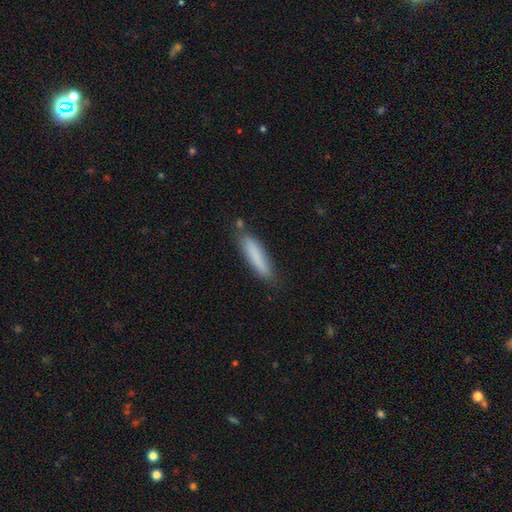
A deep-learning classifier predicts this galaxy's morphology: Smooth or featured?
  - smooth: 81% *
  - featured or disk: 12%
  - star or artifact: 7%
How rounded?
  - cigar-shaped: 83% *
  - in between: 16%
  - round: 1%
Merging?
  - none: 78% *
  - minor disturbance: 15%
  - merger: 4%
  - major disturbance: 3%